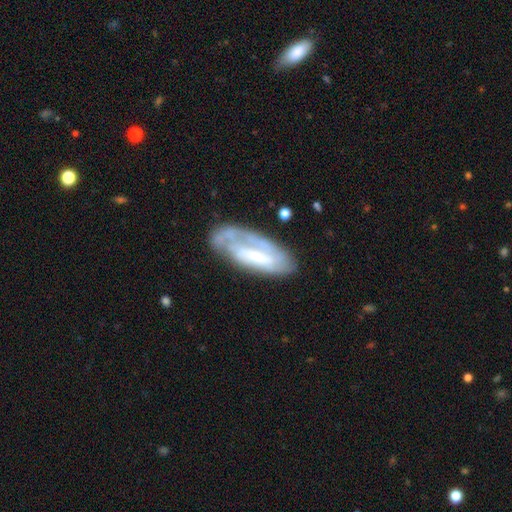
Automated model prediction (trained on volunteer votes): featured or disk 67%, smooth 26%, star or artifact 6%. Down the decision tree: edge-on disk — no (89%); bar — no (40%); spiral arms — yes (73%); bulge size — small (53%); merging — none (55%).